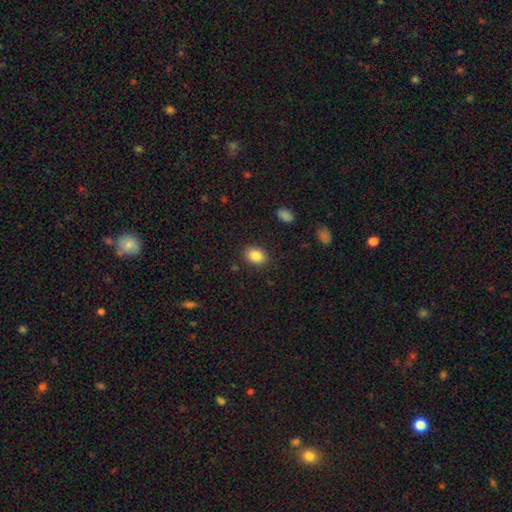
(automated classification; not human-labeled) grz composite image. It shows a smooth galaxy with no disk features (85%) that is in between round and cigar-shaped (71%). Merging: none (88%).